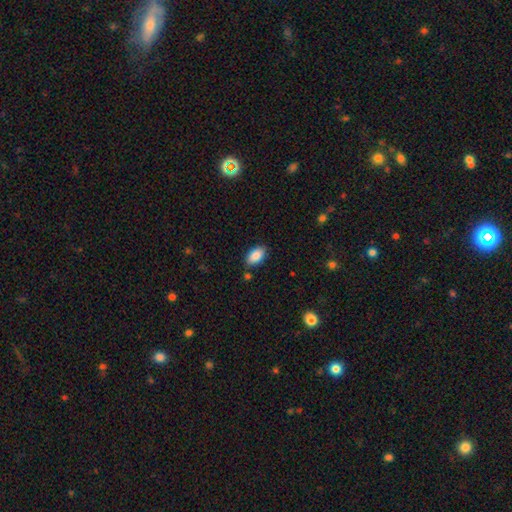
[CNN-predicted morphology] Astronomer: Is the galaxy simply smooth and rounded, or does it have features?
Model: smooth — 87%.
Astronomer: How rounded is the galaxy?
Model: in between — 93%.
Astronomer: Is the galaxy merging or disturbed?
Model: none — 82%.